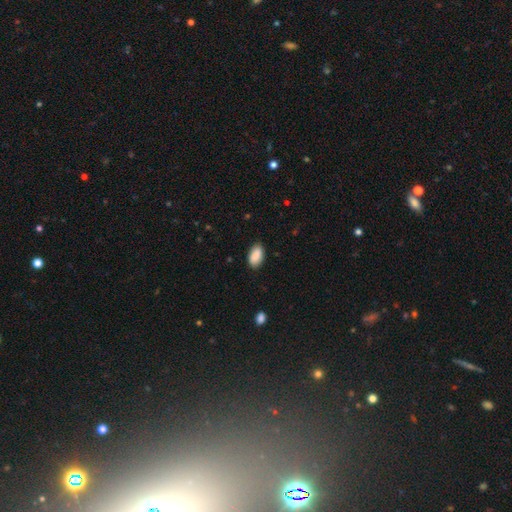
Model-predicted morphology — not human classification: Smooth or featured: smooth — 88% (star or artifact — 7%)
How rounded: in between — 94% (round — 4%)
Merging: none — 84% (minor disturbance — 12%)